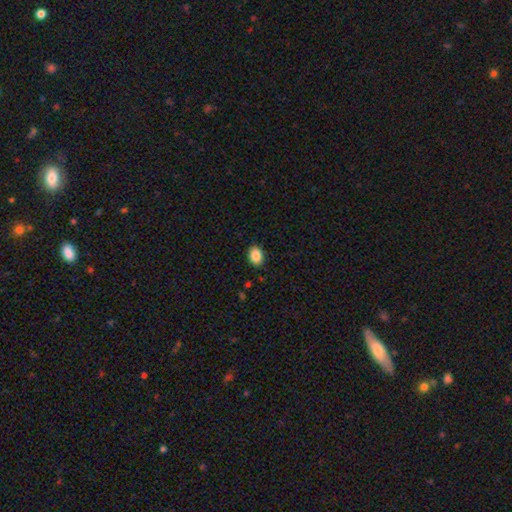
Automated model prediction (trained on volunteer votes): smooth_or_featured: smooth (p=0.88) [alt: star or artifact p=0.08]
how_rounded: in between (p=0.72) [alt: round p=0.27]
merging: none (p=0.89) [alt: minor disturbance p=0.08]